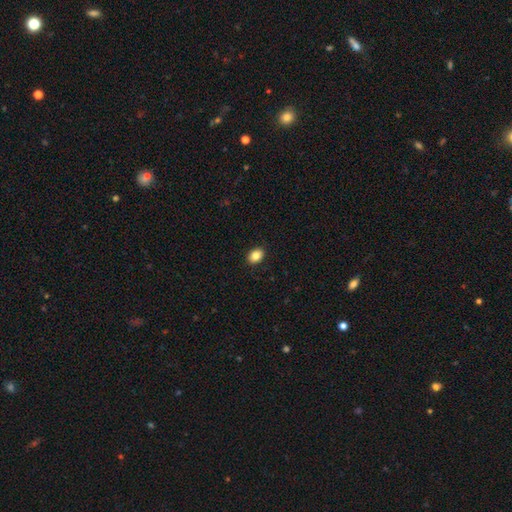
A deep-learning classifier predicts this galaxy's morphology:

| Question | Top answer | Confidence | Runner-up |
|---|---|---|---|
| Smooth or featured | smooth | 86% | star or artifact (9%) |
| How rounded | in between | 74% | round (25%) |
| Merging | none | 90% | minor disturbance (7%) |